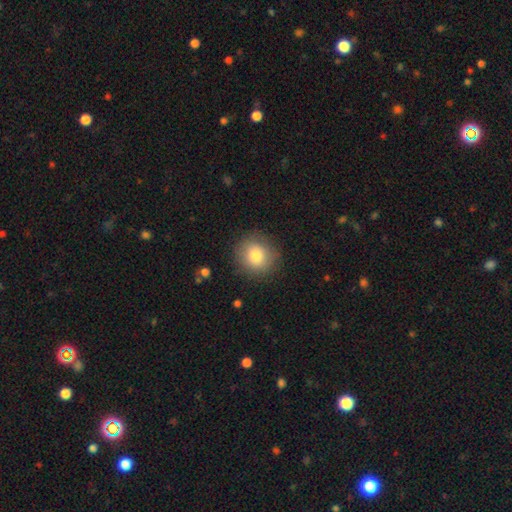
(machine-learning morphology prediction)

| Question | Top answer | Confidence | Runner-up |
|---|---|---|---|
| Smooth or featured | smooth | 82% | featured or disk (9%) |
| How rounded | round | 89% | in between (10%) |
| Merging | none | 87% | minor disturbance (9%) |